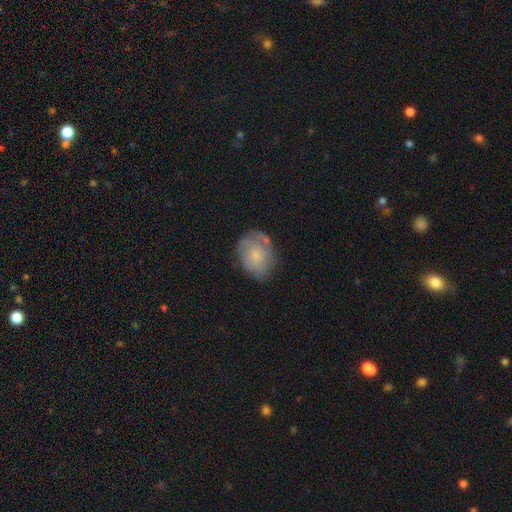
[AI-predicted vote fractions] smooth 55%, featured or disk 38%, star or artifact 7%. Down the decision tree: how rounded — in between (63%); merging — none (59%).